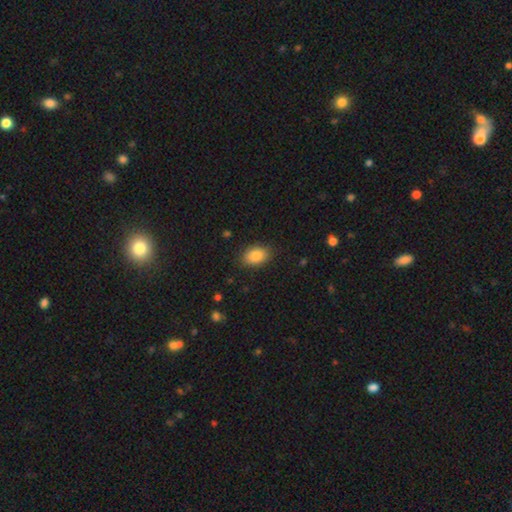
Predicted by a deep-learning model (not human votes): Overall: smooth (87%). How rounded: in between (89%). Merging: none (86%).